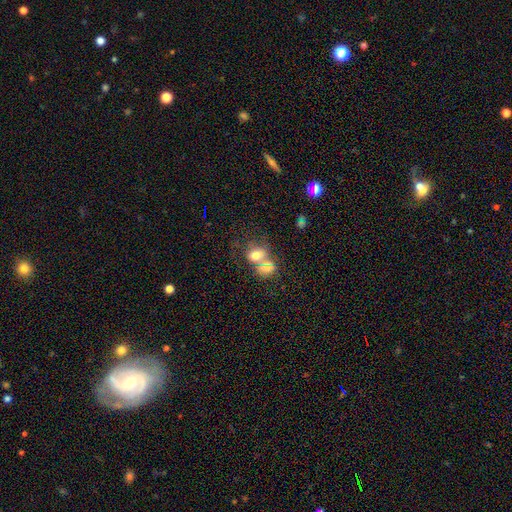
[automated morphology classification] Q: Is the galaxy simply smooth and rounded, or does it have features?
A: smooth — 70%.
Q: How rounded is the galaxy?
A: in between — 59%.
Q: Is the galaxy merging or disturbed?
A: merger — 64%.